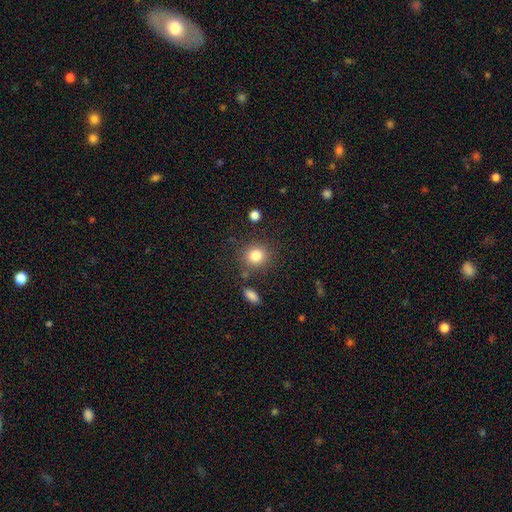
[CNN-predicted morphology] Overall: smooth (83%). How rounded: round (83%). Merging: none (80%).